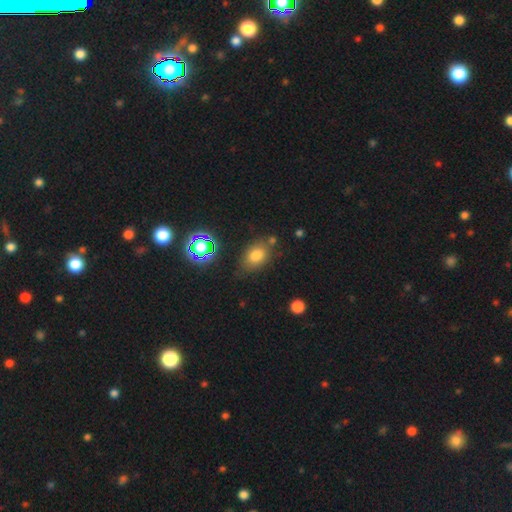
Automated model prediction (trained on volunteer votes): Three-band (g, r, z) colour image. It shows a smooth galaxy with no disk features (76%) that is in between round and cigar-shaped (74%). Merging: none (73%).